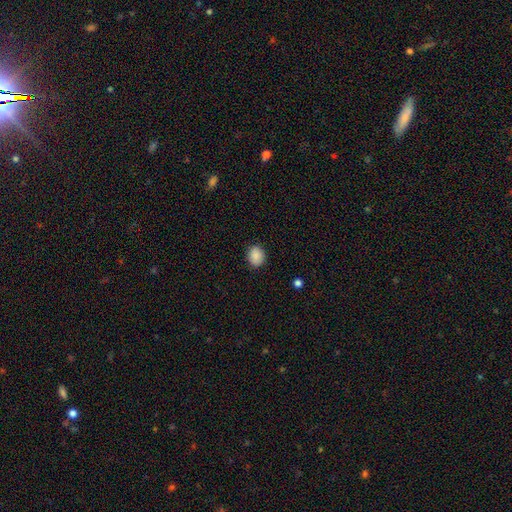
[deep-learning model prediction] smooth-or-featured: smooth: 88% | star or artifact: 8% | featured or disk: 4%
  how-rounded: round: 58% | in between: 42% | cigar-shaped: 1%
  merging: none: 86% | minor disturbance: 11% | major disturbance: 2% | merger: 1%